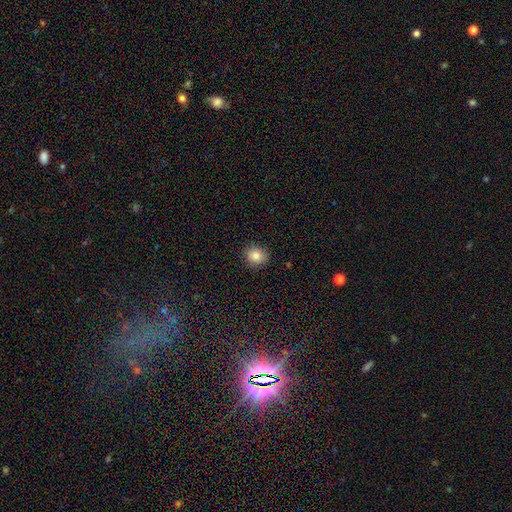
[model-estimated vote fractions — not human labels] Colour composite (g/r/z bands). It shows a smooth galaxy with no disk features (83%) that is round (66%). Merging: none (86%).